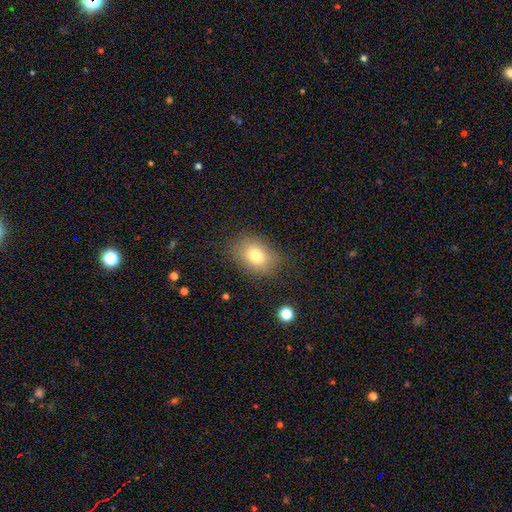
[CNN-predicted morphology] smooth_or_featured: smooth (p=0.76) [alt: featured or disk p=0.13]
how_rounded: in between (p=0.70) [alt: round p=0.28]
merging: none (p=0.80) [alt: minor disturbance p=0.14]